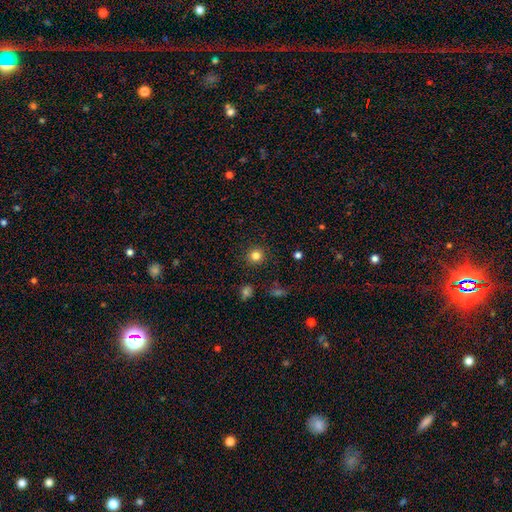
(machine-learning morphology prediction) This is clearly a smooth galaxy (82%). How rounded: clearly round (93%). Merging: clearly none (91%).